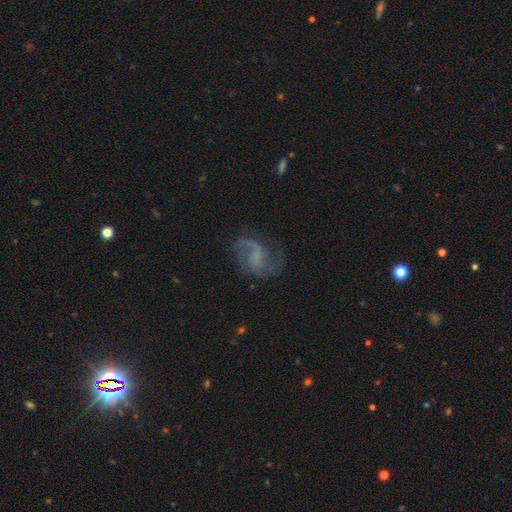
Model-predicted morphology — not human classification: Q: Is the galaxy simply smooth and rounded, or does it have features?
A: featured or disk — 79%.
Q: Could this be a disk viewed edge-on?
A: no — 98%.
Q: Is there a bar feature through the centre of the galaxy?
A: weak — 45%.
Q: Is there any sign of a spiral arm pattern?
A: yes — 93%.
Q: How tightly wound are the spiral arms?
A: loose — 62%.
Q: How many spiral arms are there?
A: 2 — 80%.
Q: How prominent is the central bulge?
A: none — 59%.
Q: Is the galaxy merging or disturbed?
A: none — 65%.